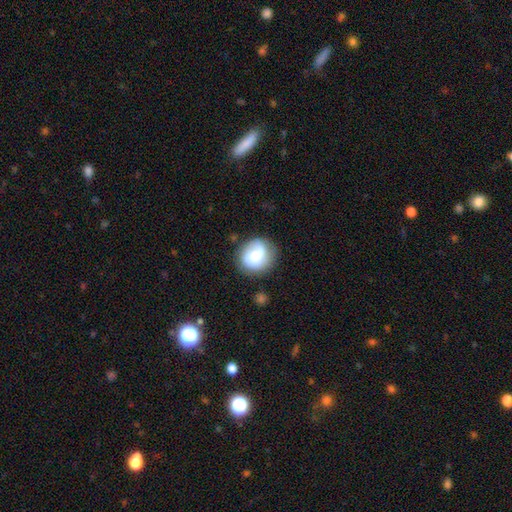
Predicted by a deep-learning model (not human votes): Smooth or featured: smooth — 55% (featured or disk — 37%)
How rounded: round — 77% (in between — 22%)
Merging: none — 67% (minor disturbance — 20%)